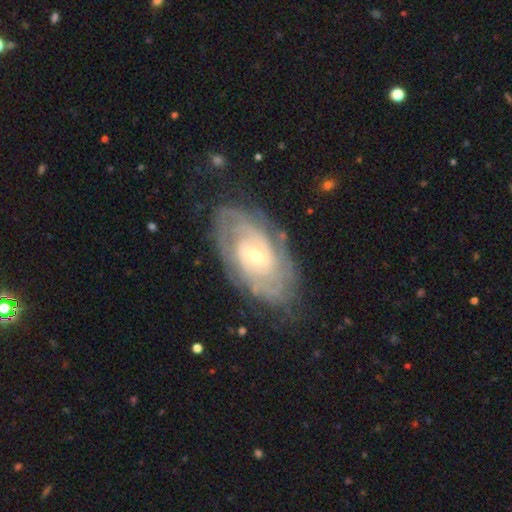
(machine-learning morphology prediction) A featured or disk galaxy (85%) with a weak bar (49%), tight (72%) spiral arms (93%) and a small central bulge (64%).

Vote fractions:
- Smooth or featured? featured or disk: 85% / smooth: 10% / star or artifact: 5%
- Edge-on disk? no: 95% / yes: 5%
- Bar? weak: 49% / no: 34% / strong: 17%
- Spiral arms? yes: 93% / no: 7%
- Spiral winding? tight: 72% / medium: 23% / loose: 5%
- Spiral arm count? can't tell: 41% / 2: 27% / 3: 13% / 4: 9% / more than 4: 5% / 1: 4%
- Bulge size? small: 64% / moderate: 32% / large: 2% / none: 1% / dominant: 1%
- Merging? none: 75% / minor disturbance: 17% / major disturbance: 6% / merger: 2%